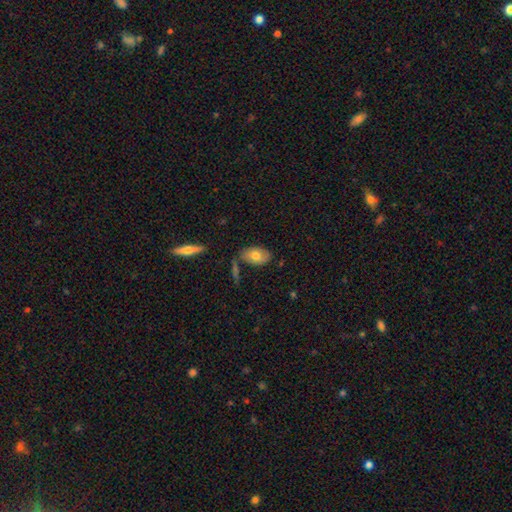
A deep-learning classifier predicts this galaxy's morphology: This is likely a smooth galaxy (70%). How rounded: clearly in between (91%). Merging: likely none (70%).